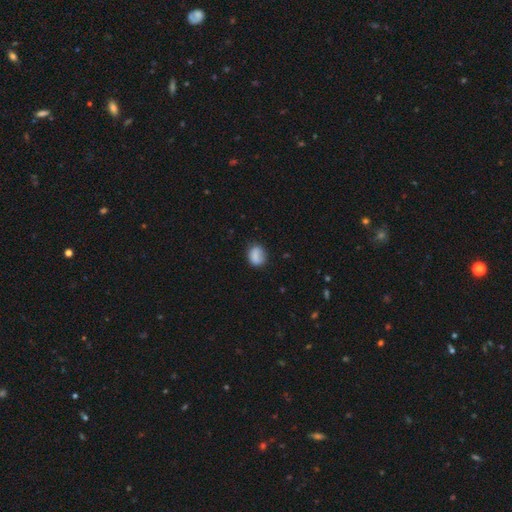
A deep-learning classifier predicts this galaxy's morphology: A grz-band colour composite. It shows a smooth galaxy with no disk features (80%) that is round (53%). Merging: none (66%).